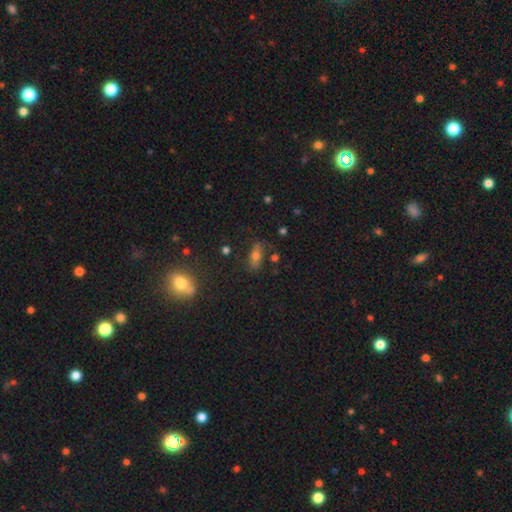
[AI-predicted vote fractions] This appears to be a smooth galaxy with no disk features (55%) that is in between round and cigar-shaped (71%). Merging: none (66%).